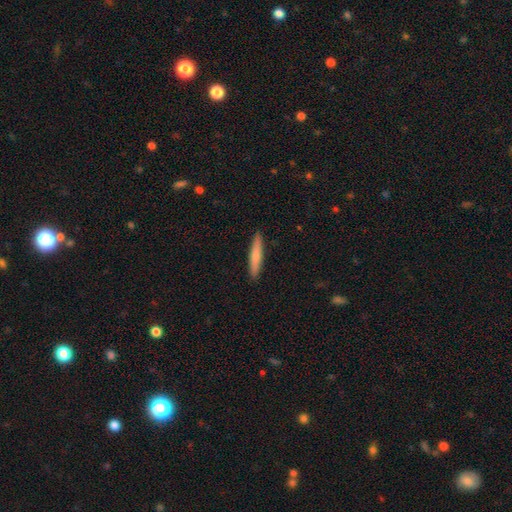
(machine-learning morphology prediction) Smooth or featured?
  - smooth: 74% *
  - featured or disk: 21%
  - star or artifact: 5%
How rounded?
  - cigar-shaped: 93% *
  - in between: 6%
  - round: 1%
Merging?
  - none: 92% *
  - minor disturbance: 6%
  - major disturbance: 1%
  - merger: 1%